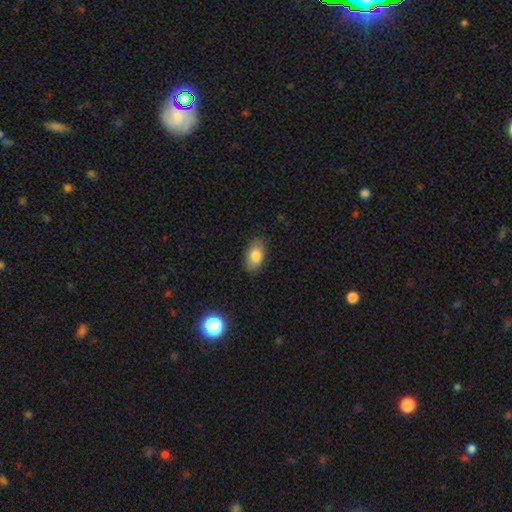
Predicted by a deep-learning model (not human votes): Smooth or featured: smooth — 82% (featured or disk — 10%)
How rounded: in between — 91% (round — 6%)
Merging: none — 85% (minor disturbance — 11%)